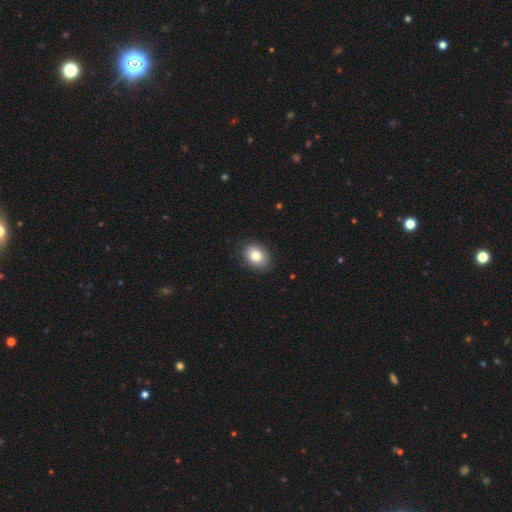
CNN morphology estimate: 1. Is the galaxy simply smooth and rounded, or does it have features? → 82% smooth, 9% featured or disk, 9% star or artifact.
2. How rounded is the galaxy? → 63% in between, 36% round, 1% cigar-shaped.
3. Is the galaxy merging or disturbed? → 88% none, 9% minor disturbance, 2% major disturbance, 1% merger.